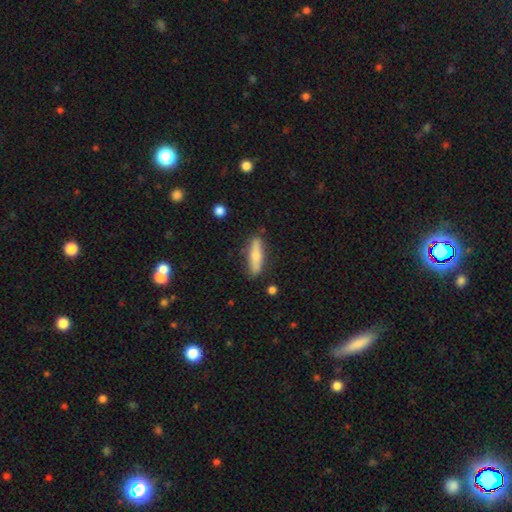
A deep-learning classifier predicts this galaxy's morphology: A smooth galaxy with no disk features (62%) that is cigar-shaped (69%).

Vote fractions:
- Smooth or featured? smooth: 62% / featured or disk: 32% / star or artifact: 6%
- How rounded? cigar-shaped: 69% / in between: 29% / round: 2%
- Merging? none: 83% / minor disturbance: 12% / merger: 3% / major disturbance: 3%